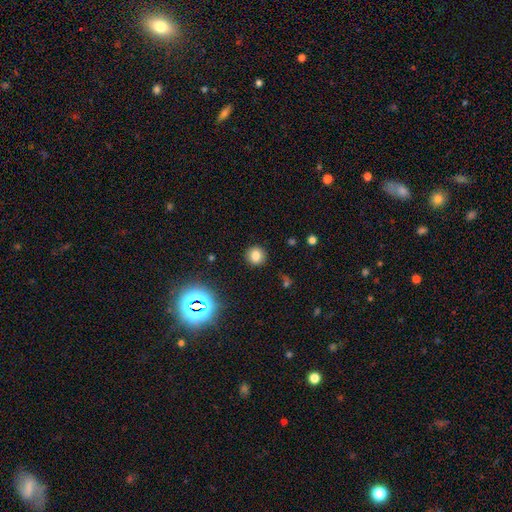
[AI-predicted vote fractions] Smooth or featured? smooth (78%)
How rounded? round (89%)
Merging? none (90%)